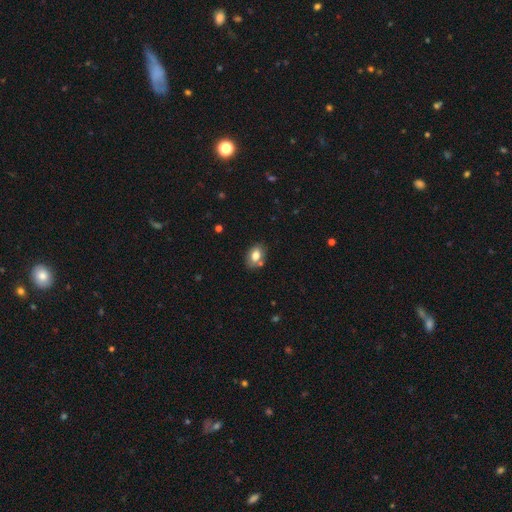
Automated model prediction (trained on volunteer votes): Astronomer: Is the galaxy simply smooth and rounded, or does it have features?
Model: smooth — 75%.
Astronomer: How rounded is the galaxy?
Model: in between — 78%.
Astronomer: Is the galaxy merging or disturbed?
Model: none — 67%.